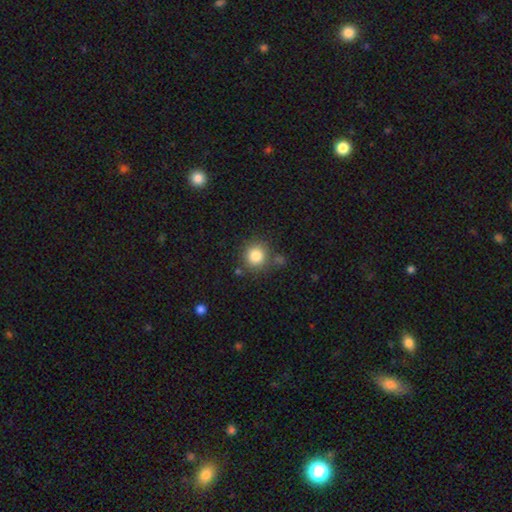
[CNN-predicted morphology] type=smooth (84%); roundness=round (91%); merging=none (77%).